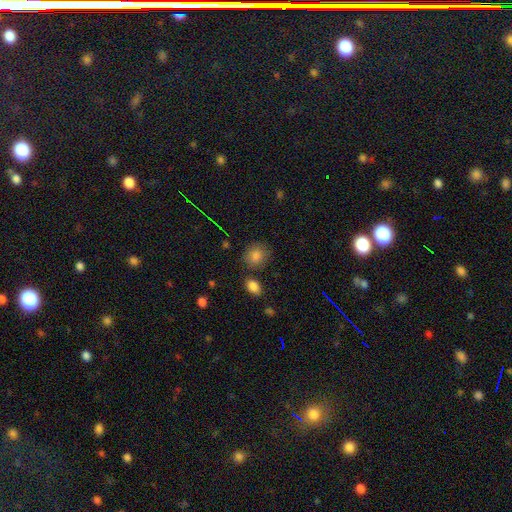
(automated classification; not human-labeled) This is clearly a smooth galaxy (83%). How rounded: likely round (64%). Merging: likely none (76%).